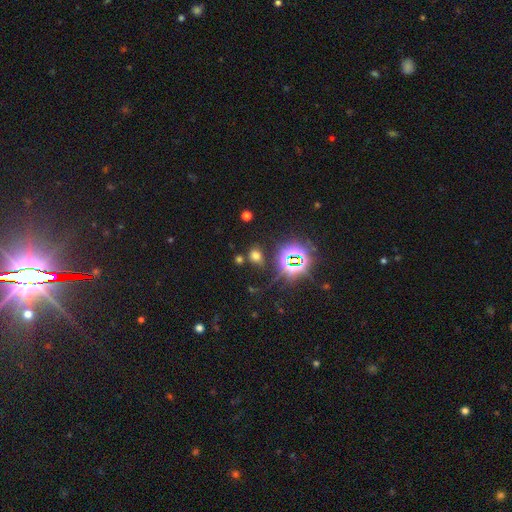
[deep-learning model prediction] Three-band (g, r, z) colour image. It shows a smooth galaxy with no disk features (53%) that is in between round and cigar-shaped (53%). Merging: none (75%).